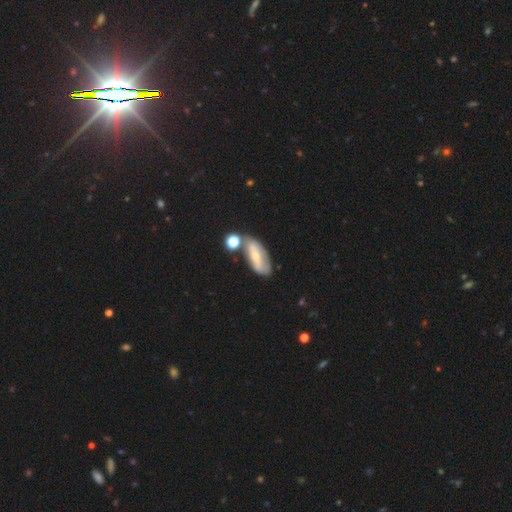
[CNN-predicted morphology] Overall: featured or disk (50%; smooth 42%). Merging: none (52%; minor disturbance 20%).